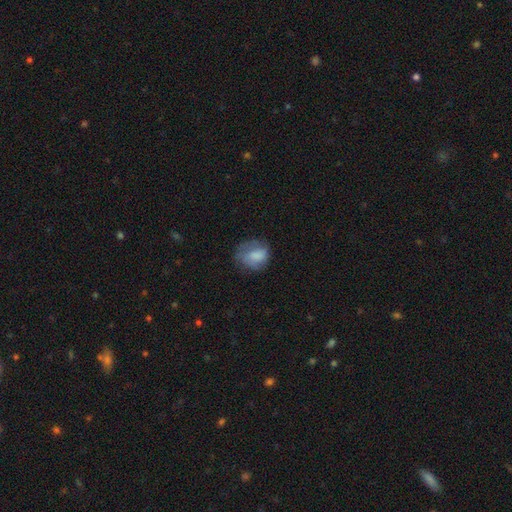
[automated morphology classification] This is likely a smooth galaxy (72%). How rounded: possibly round (51%). Merging: possibly none (50%).